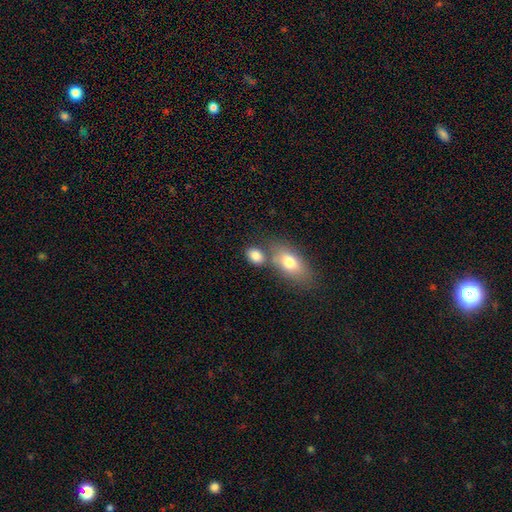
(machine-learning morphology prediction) type=smooth (81%); roundness=in between (77%); merging=none (53%).